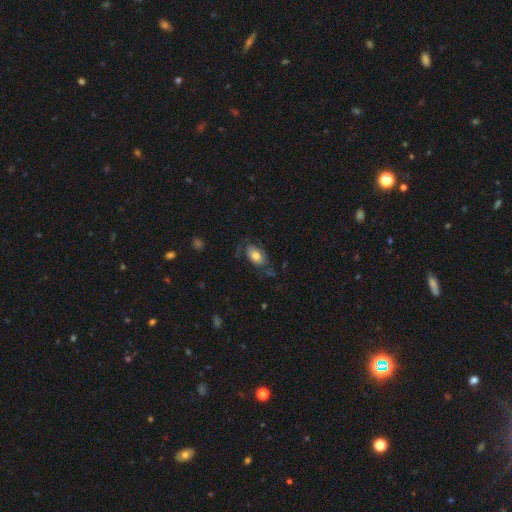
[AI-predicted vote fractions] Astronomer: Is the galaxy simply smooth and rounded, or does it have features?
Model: smooth — 70%.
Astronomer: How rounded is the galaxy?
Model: in between — 90%.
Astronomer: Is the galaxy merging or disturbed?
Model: none — 59%.